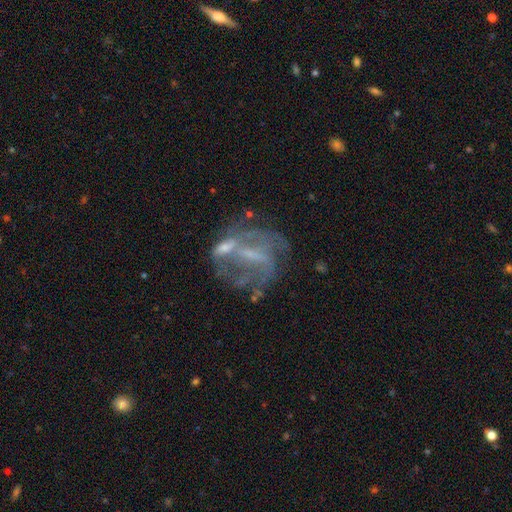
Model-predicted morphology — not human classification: Smooth or featured: featured or disk — 74% (smooth — 14%)
Edge-on disk: no — 96% (yes — 4%)
Bar: weak — 38% (strong — 36%)
Spiral arms: yes — 58% (no — 42%)
Bulge size: none — 42% (small — 36%)
Merging: none — 40% (major disturbance — 27%)